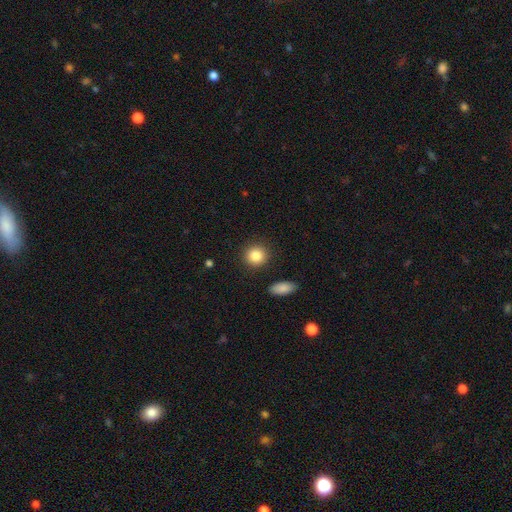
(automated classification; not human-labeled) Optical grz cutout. It shows a smooth galaxy with no disk features (86%) that is round (86%). Merging: none (89%).